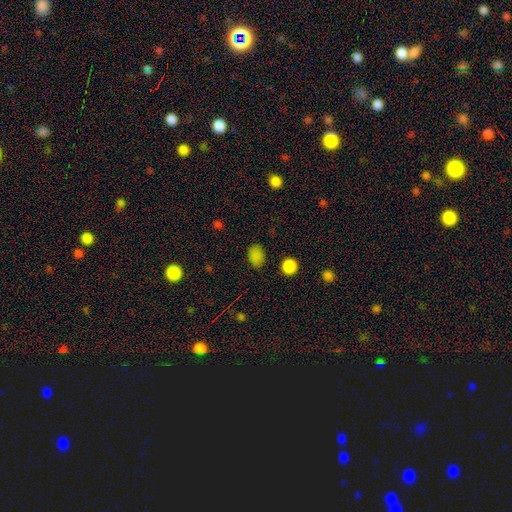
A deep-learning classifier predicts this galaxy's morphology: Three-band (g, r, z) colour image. It shows a smooth galaxy with no disk features (80%) that is in between round and cigar-shaped (72%). Merging: none (83%).